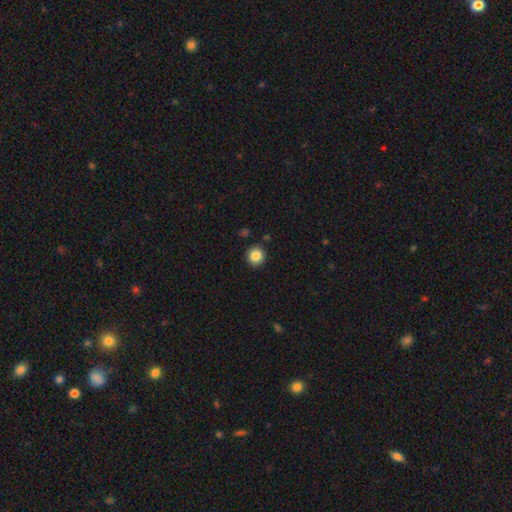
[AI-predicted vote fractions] The model was most divided on "smooth or featured": smooth: 85%, star or artifact: 10%, featured or disk: 5%. More confident: how rounded — round (94%); merging — none (91%).